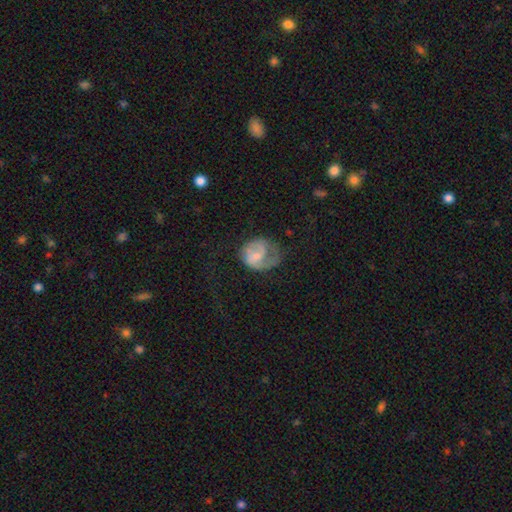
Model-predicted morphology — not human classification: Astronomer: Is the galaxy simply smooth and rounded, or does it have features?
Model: featured or disk — 54% (runner-up: smooth, 39%).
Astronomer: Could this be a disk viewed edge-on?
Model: no — 98%.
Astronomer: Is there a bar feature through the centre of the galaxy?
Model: no — 54% (runner-up: weak, 39%).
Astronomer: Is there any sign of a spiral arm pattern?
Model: yes — 76%.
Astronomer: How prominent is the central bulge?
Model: small — 47% (runner-up: moderate, 27%).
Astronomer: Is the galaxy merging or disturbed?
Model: major disturbance — 37% (runner-up: none, 35%).